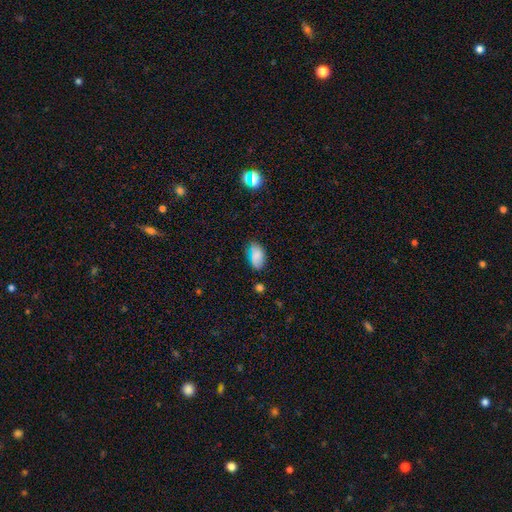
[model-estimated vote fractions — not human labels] Q: Smooth or featured?
A: smooth (79%); runner-up: star or artifact (13%)
Q: How rounded?
A: in between (93%); runner-up: round (5%)
Q: Merging?
A: none (70%); runner-up: minor disturbance (21%)